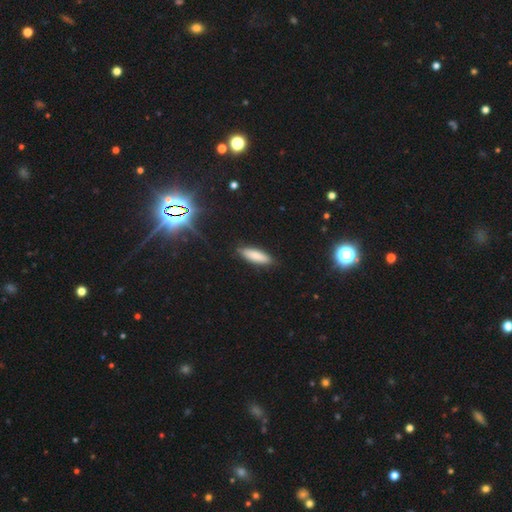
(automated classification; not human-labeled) The model was most divided on "how rounded": cigar-shaped: 51%, in between: 48%, round: 2%. More confident: merging — none (87%); smooth or featured — smooth (83%).